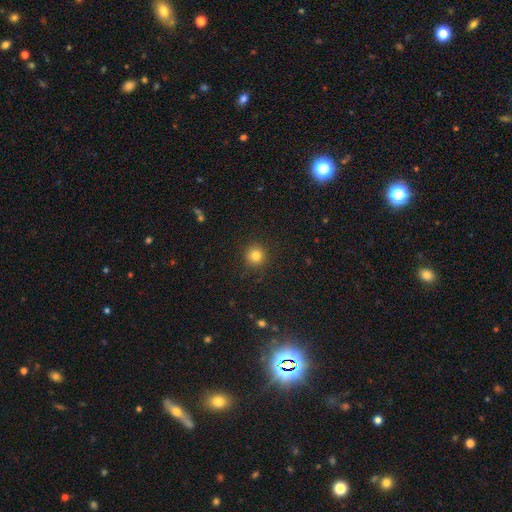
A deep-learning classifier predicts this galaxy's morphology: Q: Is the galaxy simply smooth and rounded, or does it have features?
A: smooth — 82%.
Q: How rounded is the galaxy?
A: round — 94%.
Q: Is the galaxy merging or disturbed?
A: none — 91%.